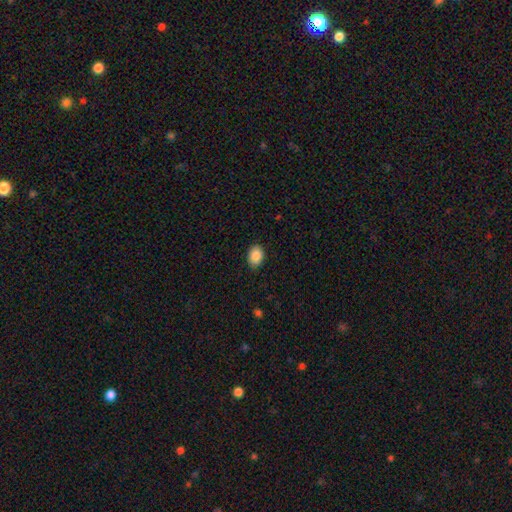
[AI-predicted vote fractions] Q: Smooth or featured?
A: smooth (87%); runner-up: star or artifact (8%)
Q: How rounded?
A: in between (78%); runner-up: round (21%)
Q: Merging?
A: none (87%); runner-up: minor disturbance (10%)